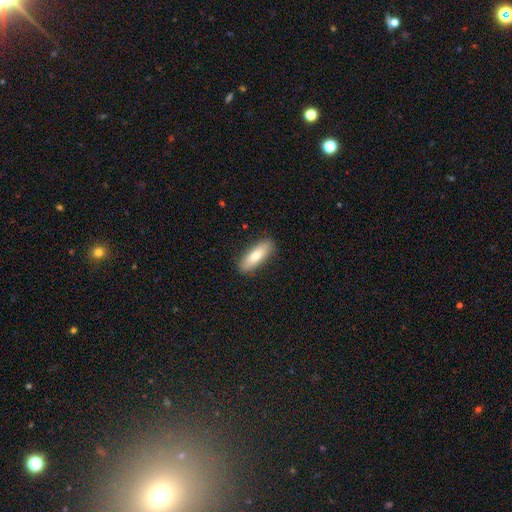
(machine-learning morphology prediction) smooth_or_featured: smooth (p=0.78) [alt: featured or disk p=0.17]
how_rounded: in between (p=0.52) [alt: cigar-shaped p=0.46]
merging: none (p=0.88) [alt: minor disturbance p=0.09]